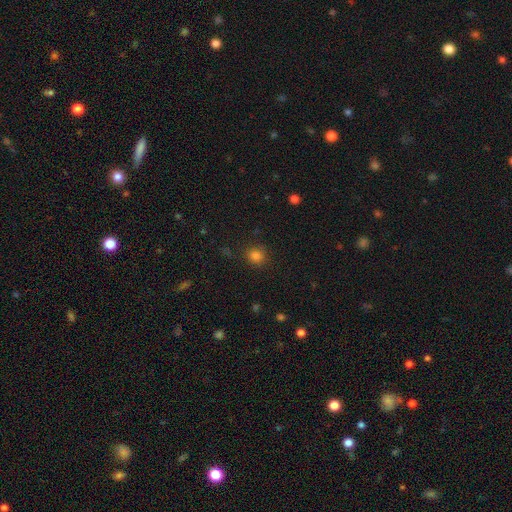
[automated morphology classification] Q: Smooth or featured?
A: smooth (82%); runner-up: star or artifact (14%)
Q: How rounded?
A: round (87%); runner-up: in between (12%)
Q: Merging?
A: none (87%); runner-up: minor disturbance (9%)